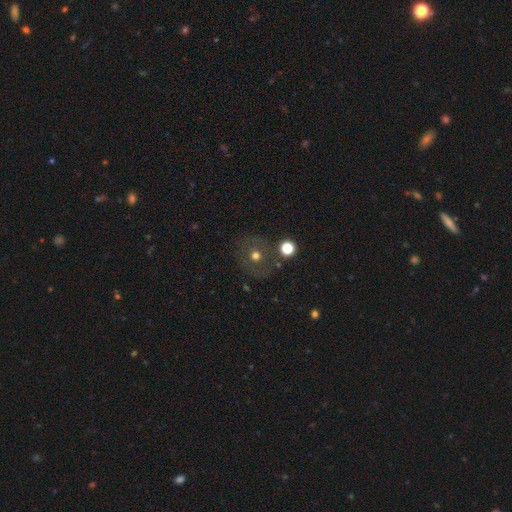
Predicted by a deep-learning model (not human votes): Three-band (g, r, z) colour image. It shows a smooth galaxy with no disk features (53%) that is round (83%). Merging: none (77%).